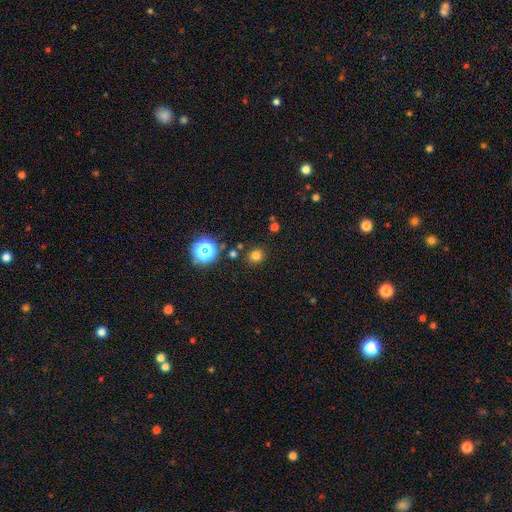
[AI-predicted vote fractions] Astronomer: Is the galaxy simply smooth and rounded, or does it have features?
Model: smooth — 73%.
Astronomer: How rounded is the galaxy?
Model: round — 89%.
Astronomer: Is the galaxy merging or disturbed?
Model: none — 86%.